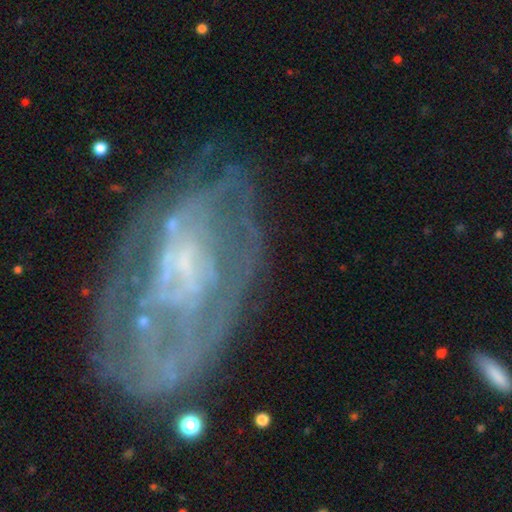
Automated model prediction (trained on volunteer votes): A featured or disk galaxy (79%) with no bar (51%), tight (47%) spiral arms (68%) and no central bulge (44%).

Vote fractions:
- Smooth or featured? featured or disk: 79% / smooth: 12% / star or artifact: 9%
- Edge-on disk? no: 95% / yes: 5%
- Bar? no: 51% / weak: 33% / strong: 16%
- Spiral arms? yes: 68% / no: 32%
- Spiral winding? tight: 47% / medium: 34% / loose: 19%
- Spiral arm count? can't tell: 47% / 2: 29% / 1: 7% / 3: 7% / 4: 5% / more than 4: 4%
- Bulge size? none: 44% / small: 34% / moderate: 16% / large: 4% / dominant: 2%
- Merging? none: 55% / minor disturbance: 21% / major disturbance: 20% / merger: 4%